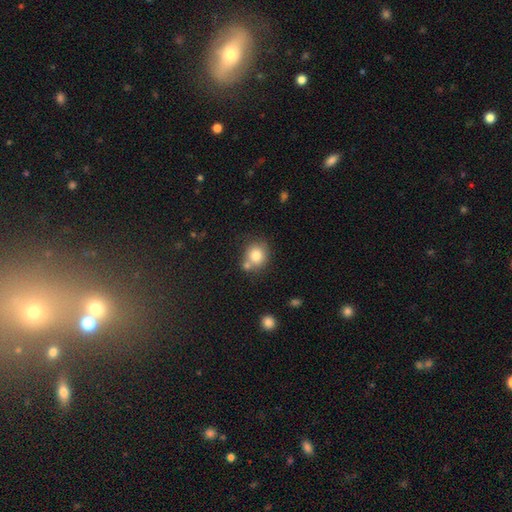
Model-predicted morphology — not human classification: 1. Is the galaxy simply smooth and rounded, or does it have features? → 79% smooth, 11% featured or disk, 10% star or artifact.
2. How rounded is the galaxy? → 78% round, 21% in between, 1% cigar-shaped.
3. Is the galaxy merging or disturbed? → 58% none, 25% merger, 13% minor disturbance, 4% major disturbance.